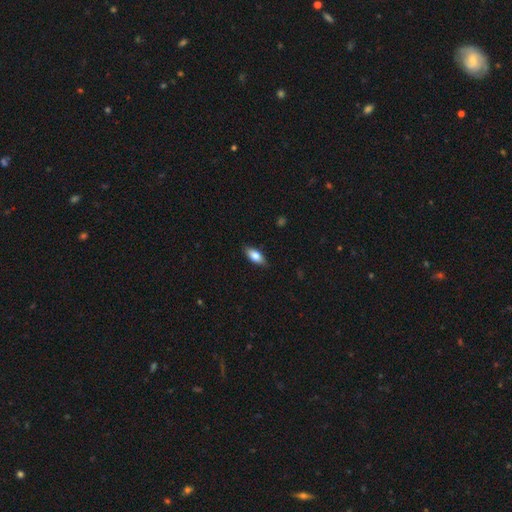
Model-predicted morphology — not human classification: smooth 77%, featured or disk 16%, star or artifact 6%. Down the decision tree: how rounded — in between (83%); merging — none (87%).